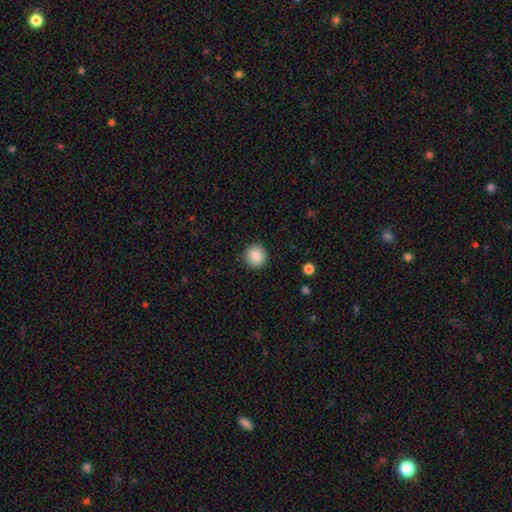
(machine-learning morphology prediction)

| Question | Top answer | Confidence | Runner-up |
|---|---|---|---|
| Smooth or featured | smooth | 89% | star or artifact (8%) |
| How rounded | round | 93% | in between (6%) |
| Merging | none | 91% | minor disturbance (6%) |